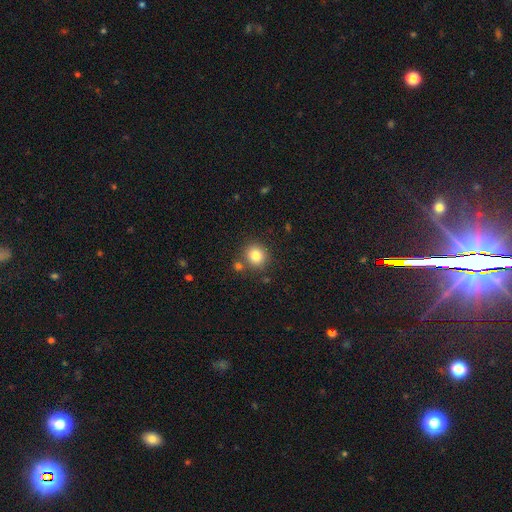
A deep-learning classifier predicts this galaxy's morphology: Smooth or featured: smooth — 82% (star or artifact — 11%)
How rounded: round — 87% (in between — 12%)
Merging: none — 79% (merger — 9%)